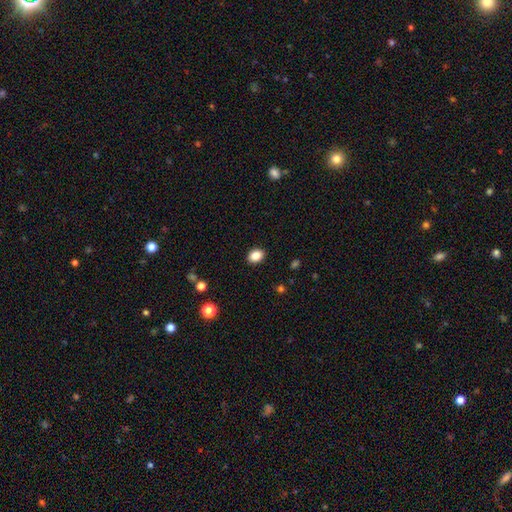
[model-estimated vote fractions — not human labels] Overall: smooth (87%). How rounded: in between (69%; round 30%). Merging: none (90%).